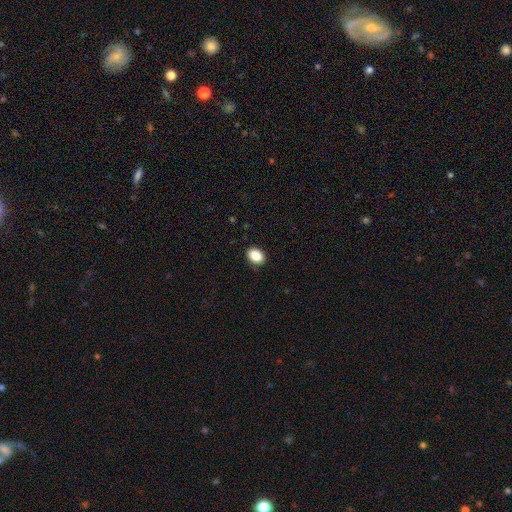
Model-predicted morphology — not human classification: A smooth galaxy with no disk features (89%) that is in between round and cigar-shaped (77%). Merging: none (86%).